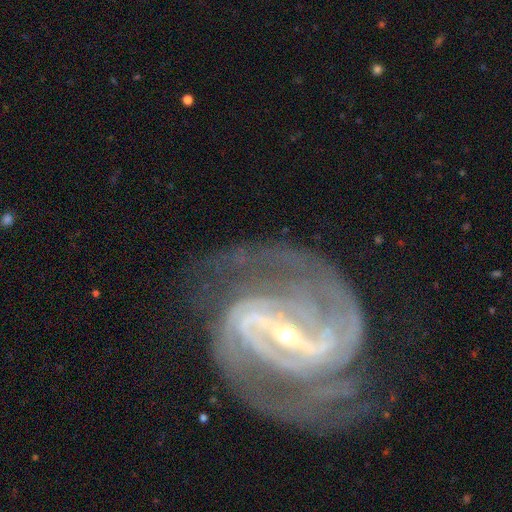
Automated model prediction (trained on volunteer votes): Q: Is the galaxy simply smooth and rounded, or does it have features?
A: featured or disk — 92%.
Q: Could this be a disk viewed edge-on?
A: no — 97%.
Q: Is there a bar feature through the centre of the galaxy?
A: strong — 75%.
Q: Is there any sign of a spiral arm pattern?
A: yes — 98%.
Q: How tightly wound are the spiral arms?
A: tight — 45%.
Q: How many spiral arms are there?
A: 2 — 64%.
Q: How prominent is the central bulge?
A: small — 81%.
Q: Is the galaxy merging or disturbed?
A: none — 65%.